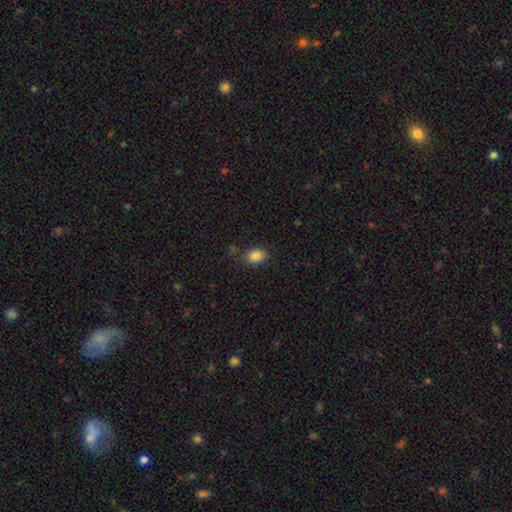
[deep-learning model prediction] A smooth galaxy with no disk features (84%) that is in between round and cigar-shaped (58%). Merging: none (80%).